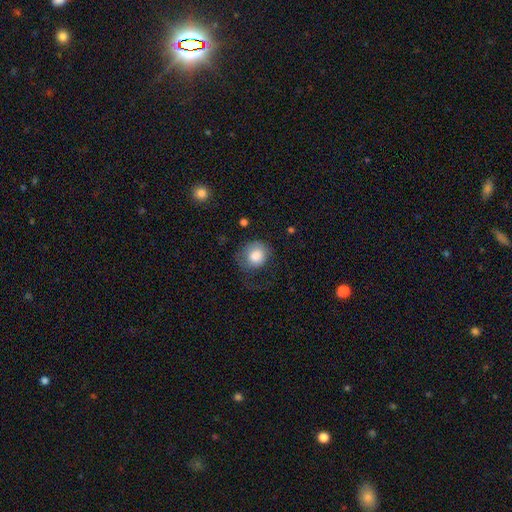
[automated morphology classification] smooth 79%, featured or disk 13%, star or artifact 7%. Down the decision tree: how rounded — round (79%); merging — none (45%).